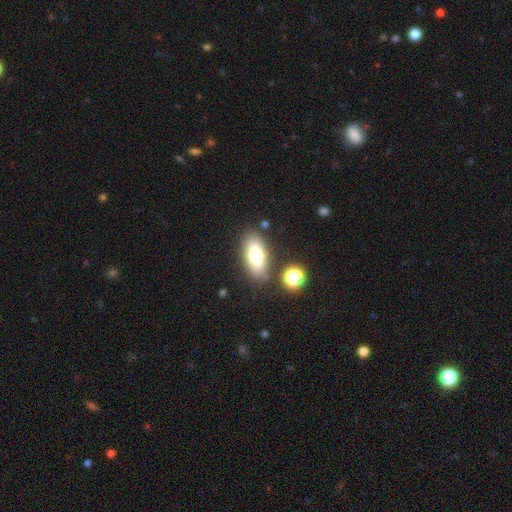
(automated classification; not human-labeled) This appears to be a smooth galaxy with no disk features (76%) that is in between round and cigar-shaped (82%). Merging: none (80%).